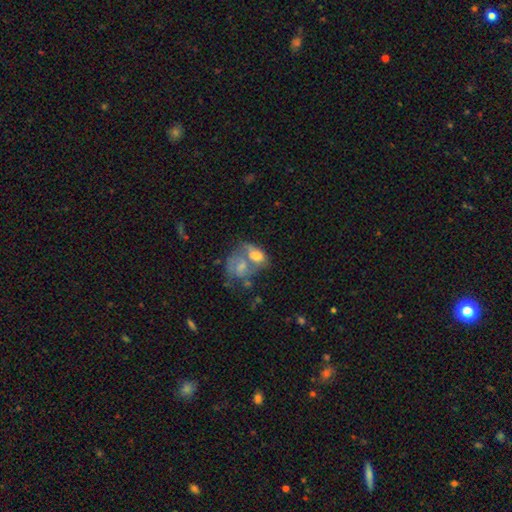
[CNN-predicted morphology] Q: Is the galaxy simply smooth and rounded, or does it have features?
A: smooth — 59%.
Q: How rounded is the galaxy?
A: in between — 76%.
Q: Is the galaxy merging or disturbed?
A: merger — 67%.